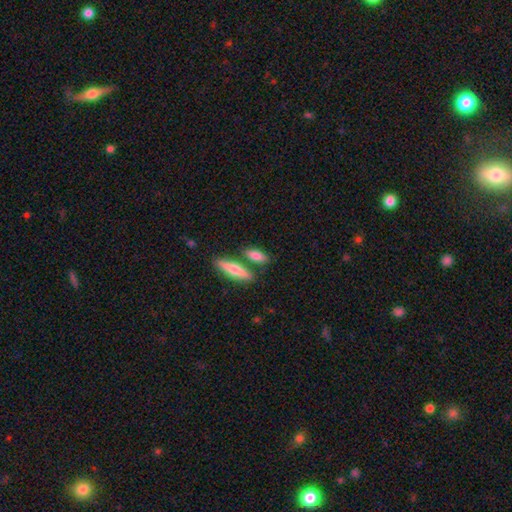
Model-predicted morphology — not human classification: A smooth galaxy with no disk features (77%) that is in between round and cigar-shaped (58%).

Vote fractions:
- Smooth or featured? smooth: 77% / featured or disk: 16% / star or artifact: 7%
- How rounded? in between: 58% / cigar-shaped: 37% / round: 5%
- Merging? none: 67% / merger: 18% / minor disturbance: 12% / major disturbance: 3%